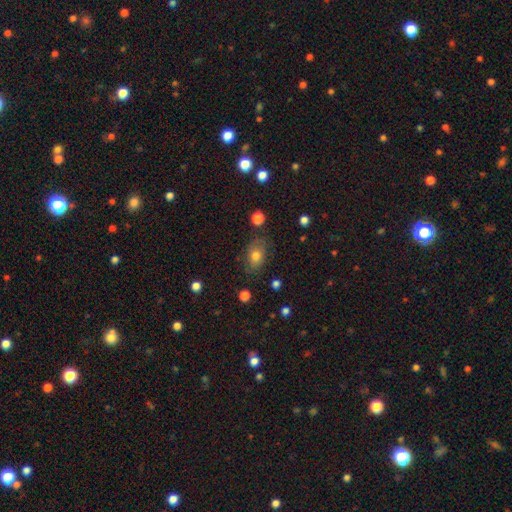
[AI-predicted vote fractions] Smooth or featured? smooth (76%)
How rounded? in between (76%)
Merging? none (76%)